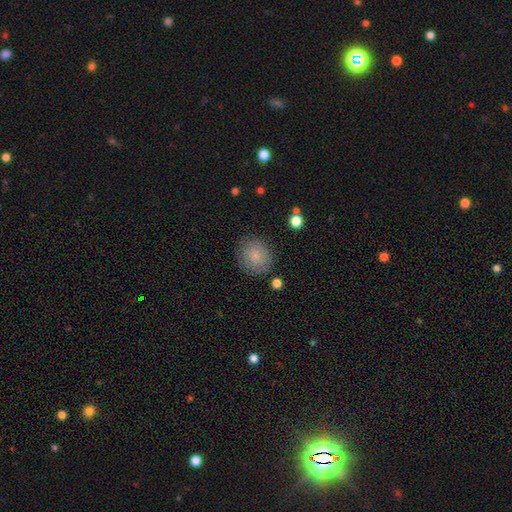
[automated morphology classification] The model was most divided on "smooth or featured": smooth: 78%, featured or disk: 14%, star or artifact: 8%. More confident: how rounded — round (84%); merging — none (82%).